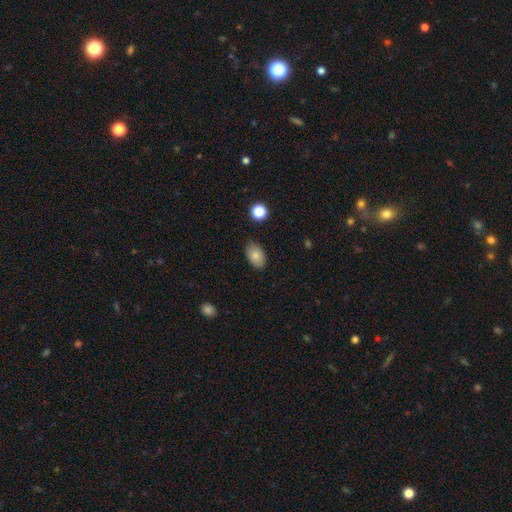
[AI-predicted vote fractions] Smooth or featured: smooth — 79% (featured or disk — 12%)
How rounded: in between — 89% (round — 10%)
Merging: none — 75% (minor disturbance — 20%)